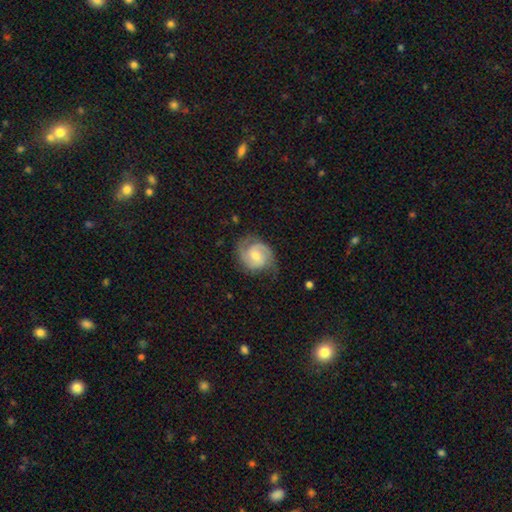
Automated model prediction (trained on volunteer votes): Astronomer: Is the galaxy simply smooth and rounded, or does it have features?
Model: featured or disk — 78%.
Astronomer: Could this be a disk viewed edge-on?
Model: no — 98%.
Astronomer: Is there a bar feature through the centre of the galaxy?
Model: weak — 49% (runner-up: no, 41%).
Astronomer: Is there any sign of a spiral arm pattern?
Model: yes — 96%.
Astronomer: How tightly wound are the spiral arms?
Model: medium — 46% (runner-up: tight, 41%).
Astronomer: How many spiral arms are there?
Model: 2 — 83%.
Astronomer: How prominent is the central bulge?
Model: moderate — 50% (runner-up: small, 42%).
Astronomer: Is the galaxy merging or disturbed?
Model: none — 68%.